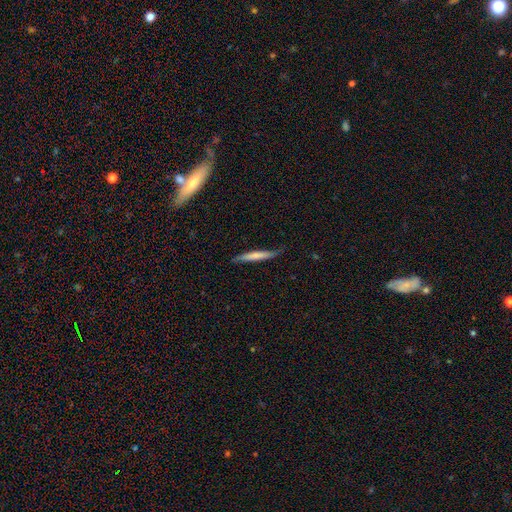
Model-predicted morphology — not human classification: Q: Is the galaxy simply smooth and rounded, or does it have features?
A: smooth — 65%.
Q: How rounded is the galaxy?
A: cigar-shaped — 95%.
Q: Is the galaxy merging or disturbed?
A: none — 74%.